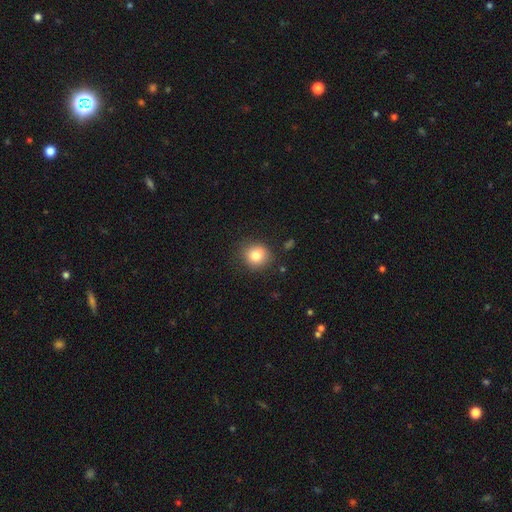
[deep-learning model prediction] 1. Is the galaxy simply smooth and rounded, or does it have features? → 81% smooth, 11% star or artifact, 8% featured or disk.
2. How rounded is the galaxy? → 86% round, 13% in between, 1% cigar-shaped.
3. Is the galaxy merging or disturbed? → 84% none, 11% minor disturbance, 3% major disturbance, 2% merger.